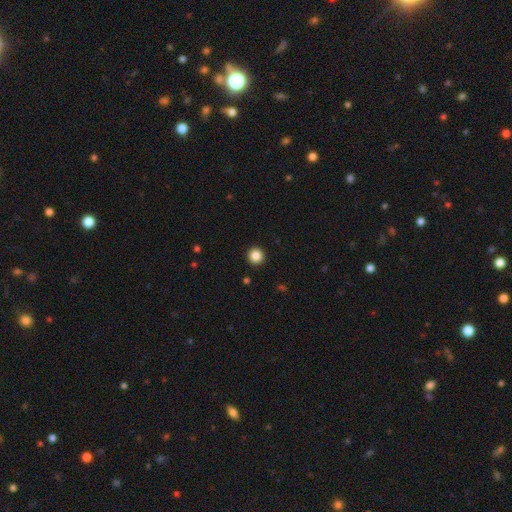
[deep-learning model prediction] The model was most divided on "smooth or featured": smooth: 86%, star or artifact: 10%, featured or disk: 4%. More confident: how rounded — round (96%); merging — none (94%).